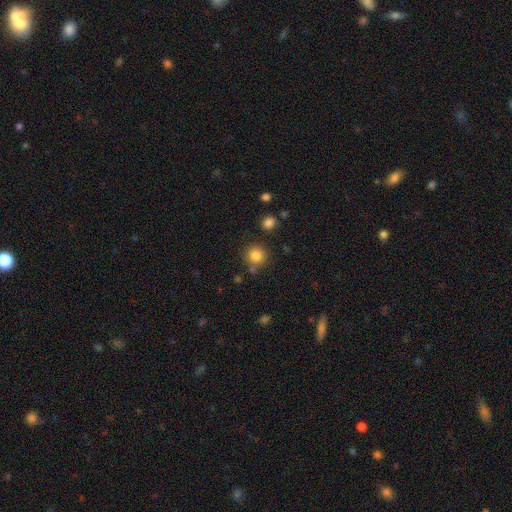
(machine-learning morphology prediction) This is clearly a smooth galaxy (84%). How rounded: clearly round (92%). Merging: likely none (80%).